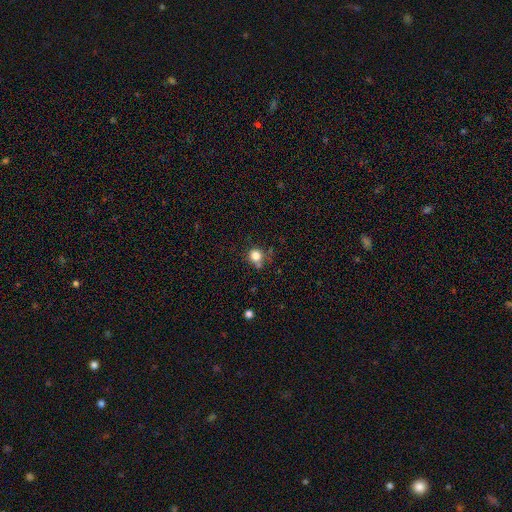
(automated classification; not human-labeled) smooth_or_featured: smooth (p=0.81) [alt: star or artifact p=0.12]
how_rounded: round (p=0.90) [alt: in between p=0.10]
merging: none (p=0.69) [alt: minor disturbance p=0.16]